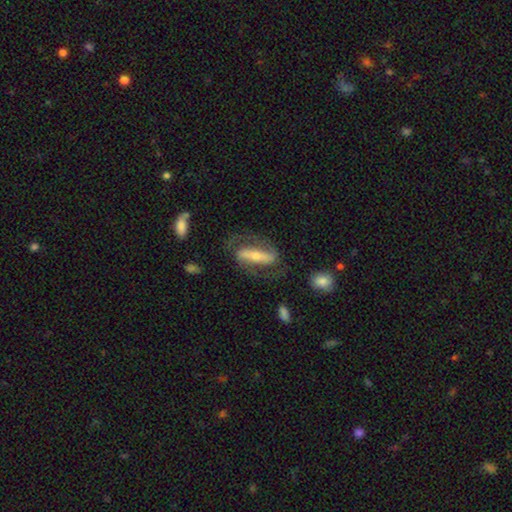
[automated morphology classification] Smooth or featured: featured or disk — 75% (smooth — 19%)
Edge-on disk: no — 83% (yes — 17%)
Bar: strong — 68% (weak — 17%)
Spiral arms: yes — 86% (no — 14%)
Spiral winding: medium — 45% (loose — 29%)
Spiral arm count: 2 — 86% (can't tell — 7%)
Bulge size: small — 48% (moderate — 40%)
Merging: none — 67% (minor disturbance — 16%)